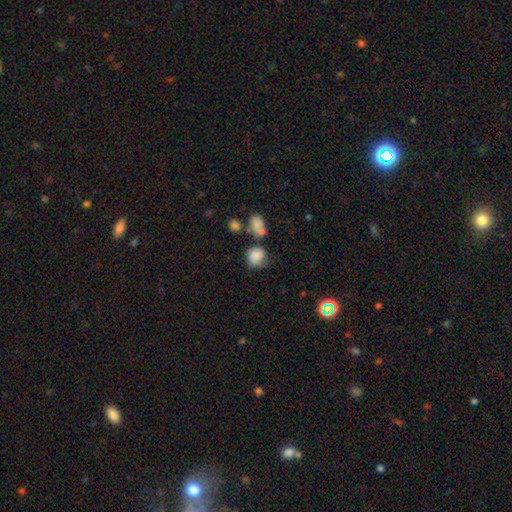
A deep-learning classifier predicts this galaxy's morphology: type=smooth (80%); roundness=round (74%); merging=none (44%).